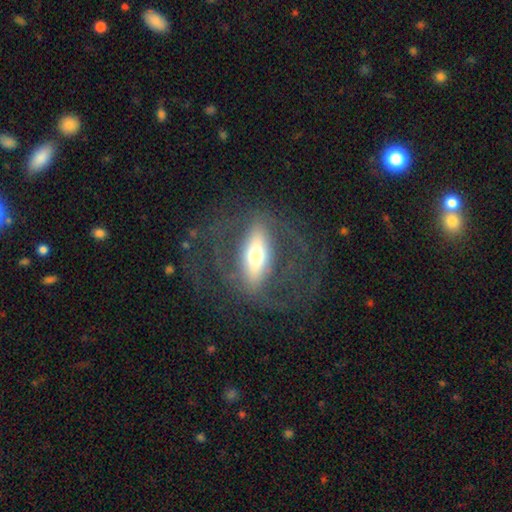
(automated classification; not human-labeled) This appears to be a featured or disk galaxy (73%). Merging: none (67%).